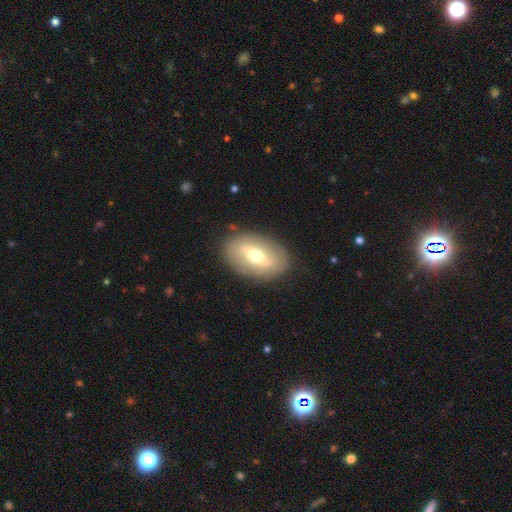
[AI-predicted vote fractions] featured or disk 51%, smooth 43%, star or artifact 7%. Down the decision tree: edge-on disk — no (85%); merging — none (86%).